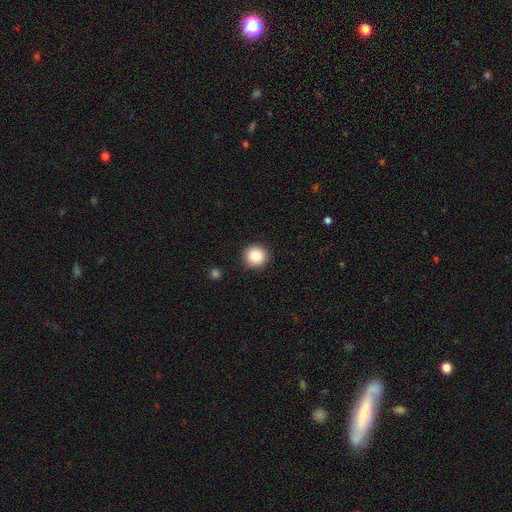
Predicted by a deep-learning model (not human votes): This is clearly a smooth galaxy (86%). How rounded: clearly round (95%). Merging: clearly none (91%).